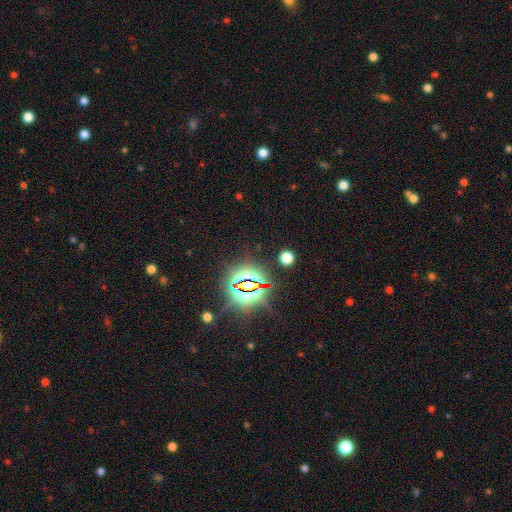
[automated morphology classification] A star or artifact, not a galaxy (84%).